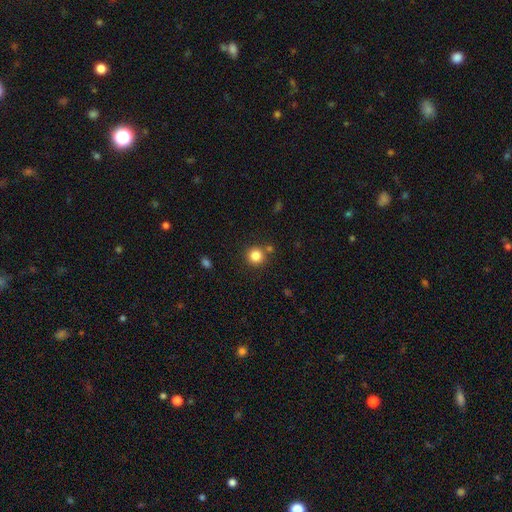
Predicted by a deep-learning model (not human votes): Smooth or featured?
  - smooth: 84% *
  - star or artifact: 11%
  - featured or disk: 5%
How rounded?
  - round: 94% *
  - in between: 5%
  - cigar-shaped: 1%
Merging?
  - none: 81% *
  - merger: 9%
  - minor disturbance: 8%
  - major disturbance: 3%